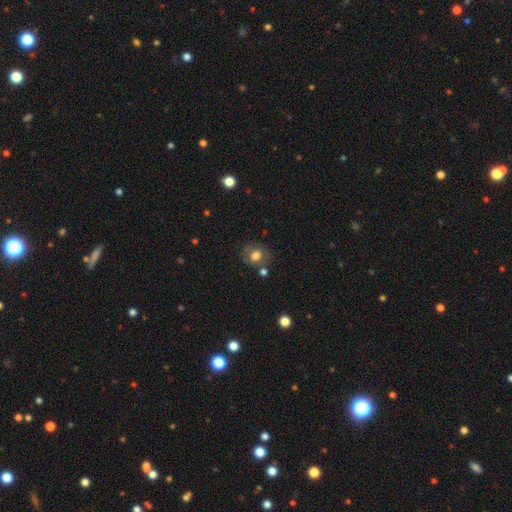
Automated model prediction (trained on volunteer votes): Overall: smooth (68%). How rounded: round (57%; in between 42%). Merging: none (68%).